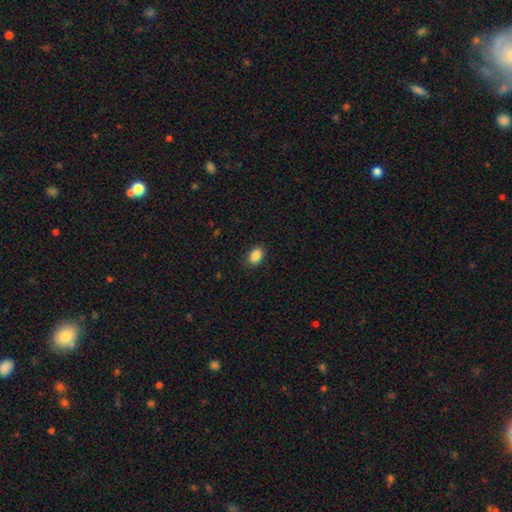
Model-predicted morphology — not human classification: smooth-or-featured: smooth: 88% | star or artifact: 8% | featured or disk: 4%
  how-rounded: in between: 83% | round: 16% | cigar-shaped: 1%
  merging: none: 86% | minor disturbance: 11% | major disturbance: 2% | merger: 1%